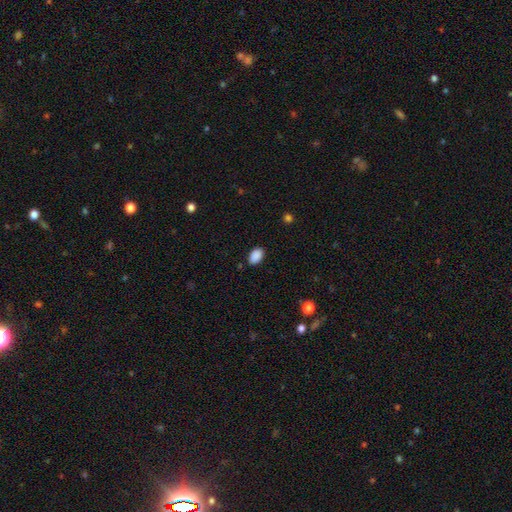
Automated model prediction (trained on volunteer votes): The model was most divided on "merging": none: 85%, minor disturbance: 11%, major disturbance: 2%, merger: 1%. More confident: how rounded — in between (90%); smooth or featured — smooth (89%).